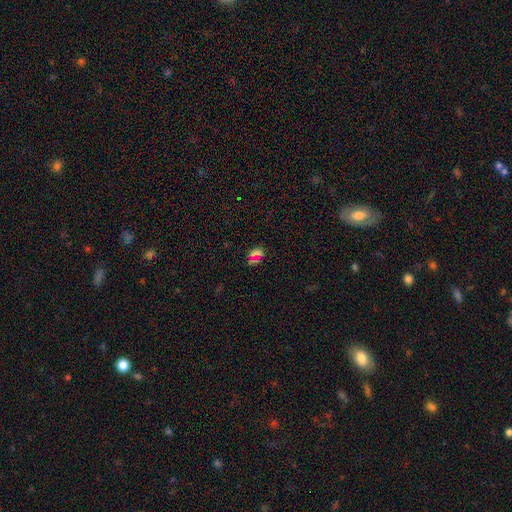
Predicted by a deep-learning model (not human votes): Morphology: type=smooth (55%); roundness=in between (63%); merging=none (76%).